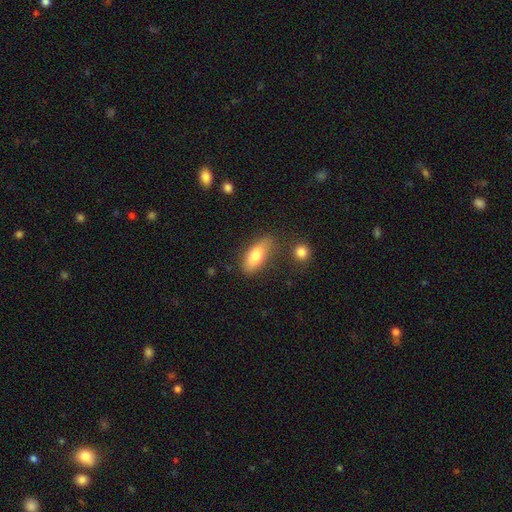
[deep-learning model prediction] smooth 75%, featured or disk 18%, star or artifact 7%. Down the decision tree: how rounded — in between (73%); merging — none (72%).